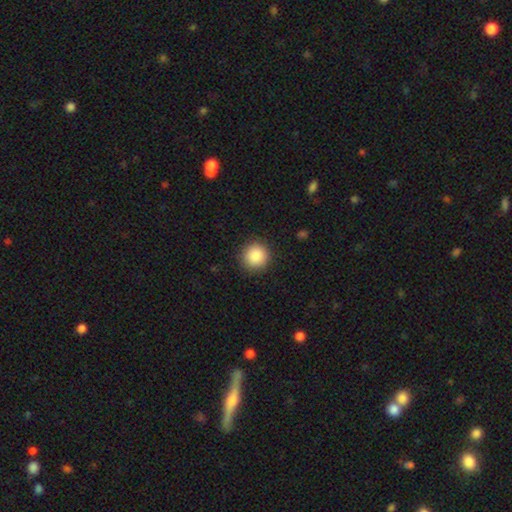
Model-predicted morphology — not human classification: A smooth galaxy with no disk features (88%) that is round (94%).

Vote fractions:
- Smooth or featured? smooth: 88% / star or artifact: 8% / featured or disk: 4%
- How rounded? round: 94% / in between: 5% / cigar-shaped: 1%
- Merging? none: 91% / minor disturbance: 6% / major disturbance: 2% / merger: 1%